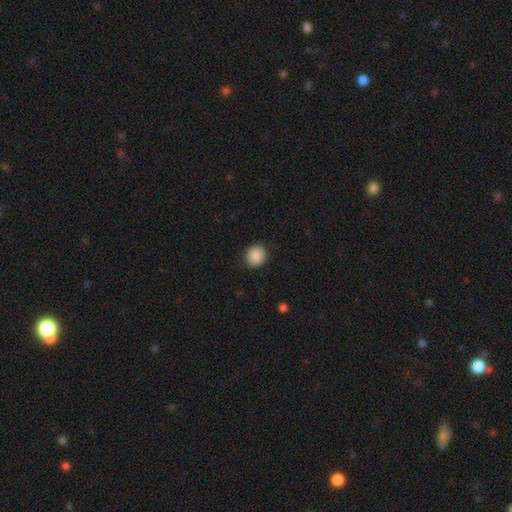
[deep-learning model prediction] A smooth galaxy with no disk features (89%) that is round (86%). Merging: none (90%).